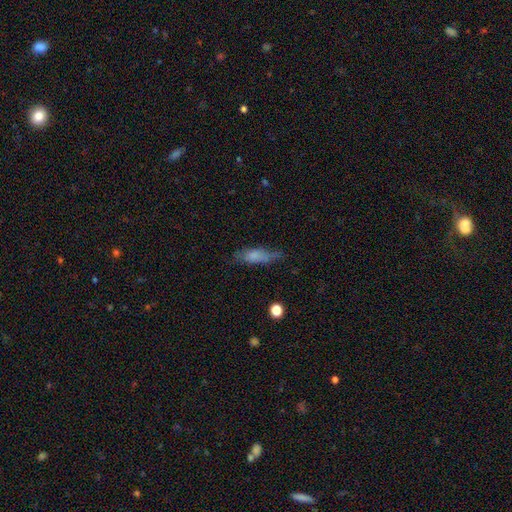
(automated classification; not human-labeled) smooth 68%, featured or disk 22%, star or artifact 9%. Down the decision tree: how rounded — cigar-shaped (52%); merging — none (55%).